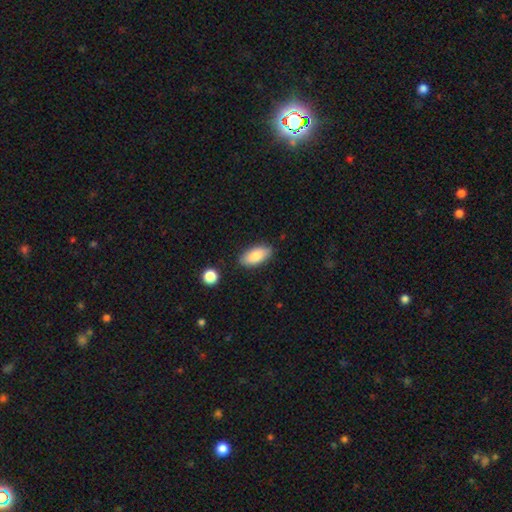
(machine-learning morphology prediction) Overall: smooth (85%). How rounded: in between (90%). Merging: none (84%).